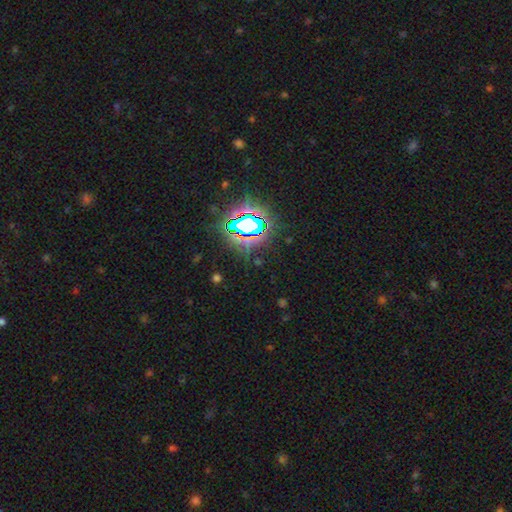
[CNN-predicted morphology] Smooth or featured? star or artifact (79%)